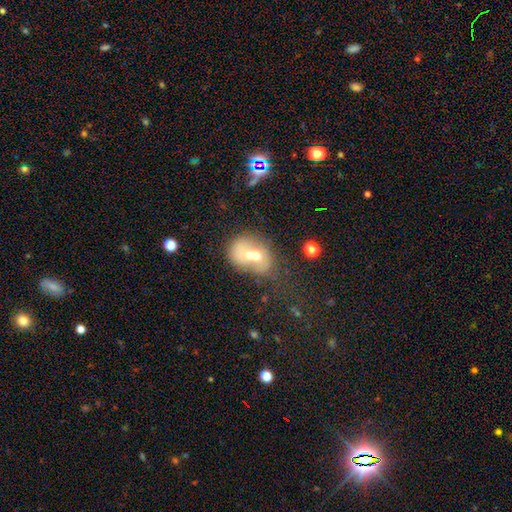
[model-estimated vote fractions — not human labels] Morphology: type=smooth (51%); roundness=in between (51%); merging=merger (68%).